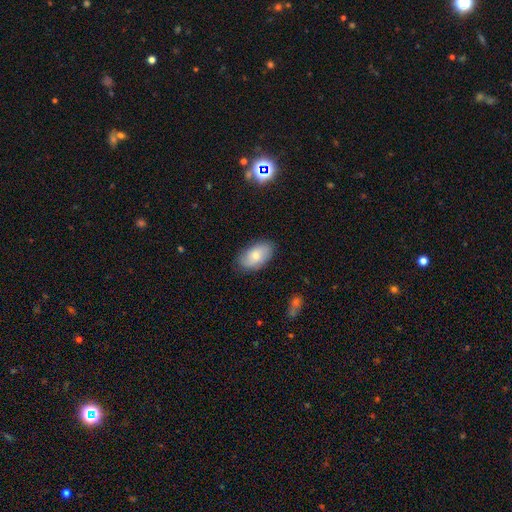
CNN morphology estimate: The model was most divided on "smooth or featured": smooth: 71%, featured or disk: 22%, star or artifact: 7%. More confident: how rounded — in between (94%); merging — none (82%).